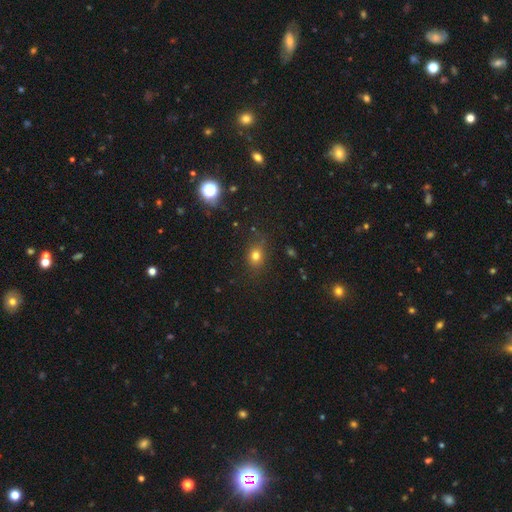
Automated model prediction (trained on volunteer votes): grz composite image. It shows a smooth galaxy with no disk features (73%) that is round (54%). Merging: none (78%).